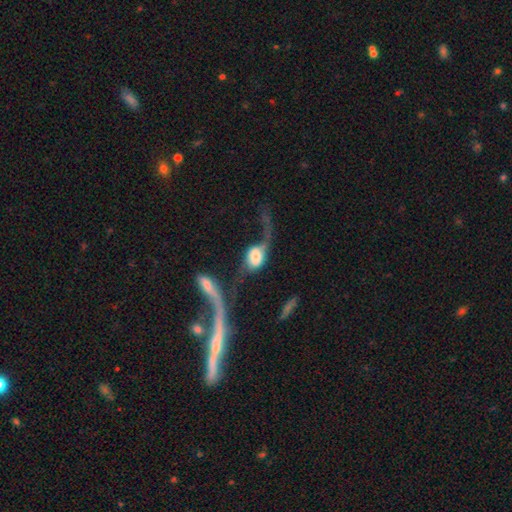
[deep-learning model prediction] Morphology: type=featured or disk (55%); edge-on=no (86%); merging=merger (49%).